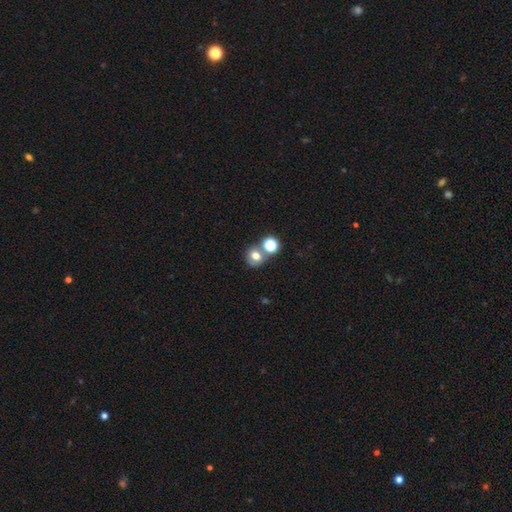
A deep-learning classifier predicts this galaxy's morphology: Smooth or featured? smooth (68%)
How rounded? round (74%)
Merging? none (53%)